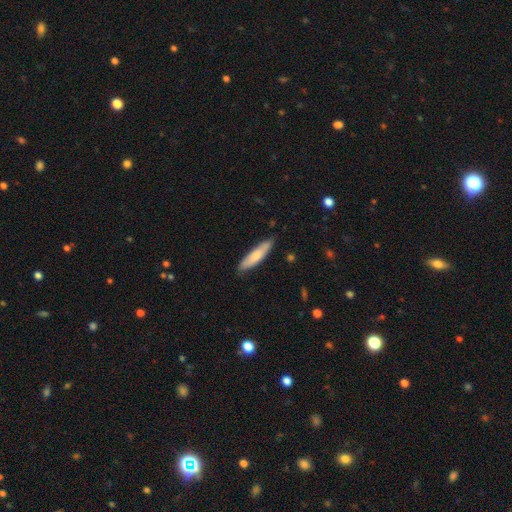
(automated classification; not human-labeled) The model was most divided on "how rounded": cigar-shaped: 75%, in between: 24%, round: 1%. More confident: merging — none (82%); smooth or featured — smooth (74%).